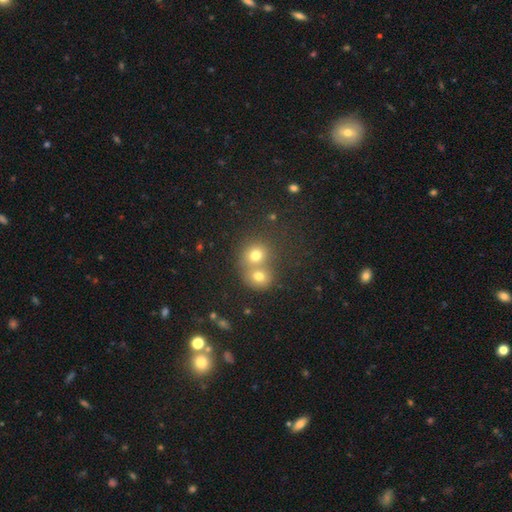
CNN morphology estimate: Q: Smooth or featured?
A: smooth (72%); runner-up: star or artifact (15%)
Q: How rounded?
A: round (79%); runner-up: in between (20%)
Q: Merging?
A: merger (56%); runner-up: none (35%)